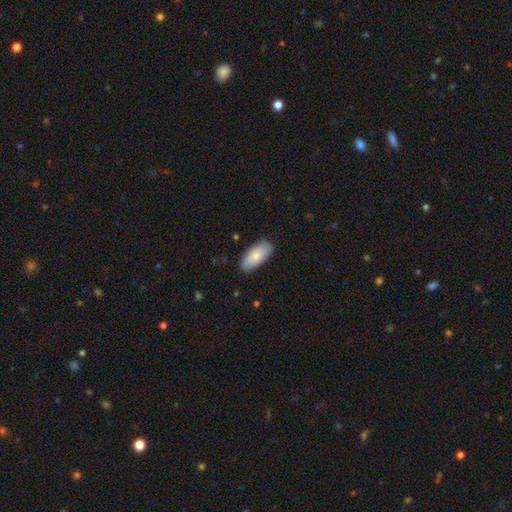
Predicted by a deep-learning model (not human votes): smooth_or_featured: smooth (p=0.83) [alt: featured or disk p=0.12]
how_rounded: in between (p=0.89) [alt: cigar-shaped p=0.09]
merging: none (p=0.83) [alt: minor disturbance p=0.14]